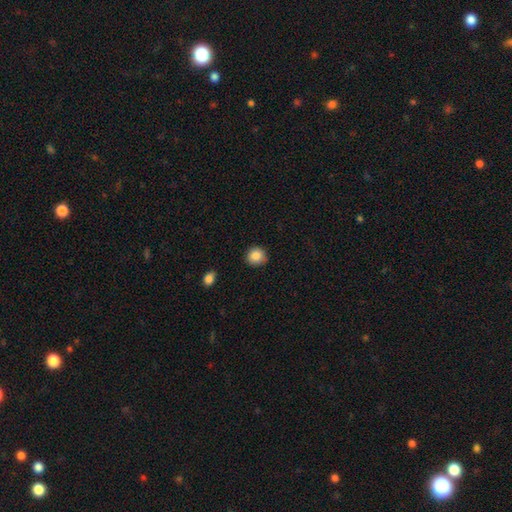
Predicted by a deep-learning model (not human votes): Overall: smooth (86%). How rounded: round (90%). Merging: none (84%).